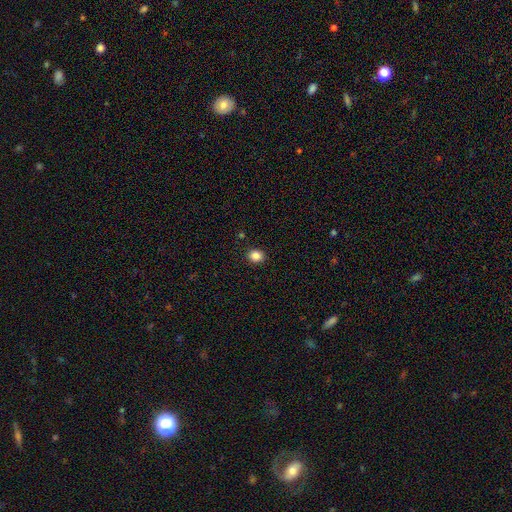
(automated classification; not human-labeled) Overall: smooth (85%). How rounded: round (68%; in between 31%). Merging: none (91%).